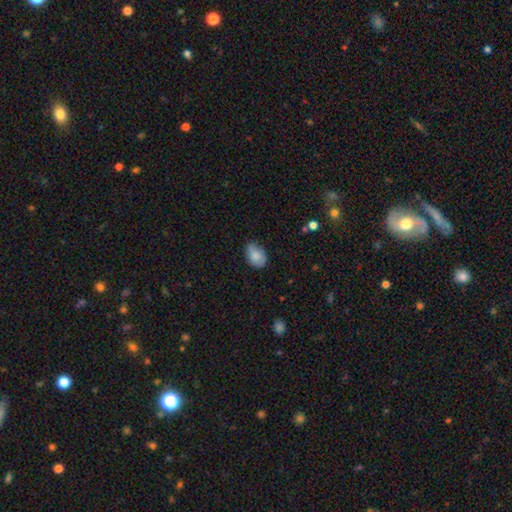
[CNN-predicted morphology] smooth_or_featured: smooth (p=0.83) [alt: featured or disk p=0.09]
how_rounded: in between (p=0.85) [alt: round p=0.14]
merging: none (p=0.73) [alt: minor disturbance p=0.23]